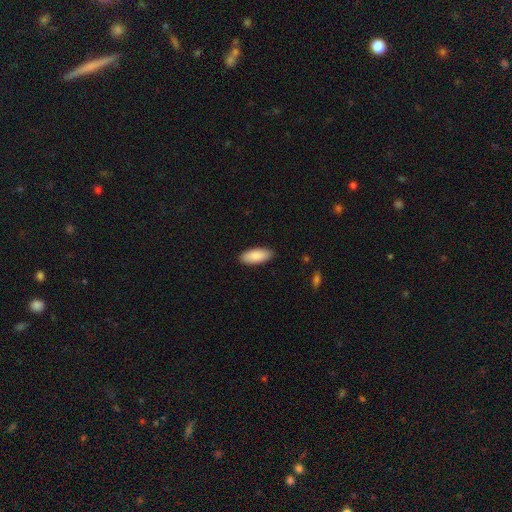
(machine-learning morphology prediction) The model was most divided on "how rounded": in between: 85%, cigar-shaped: 14%, round: 2%. More confident: merging — none (89%); smooth or featured — smooth (89%).